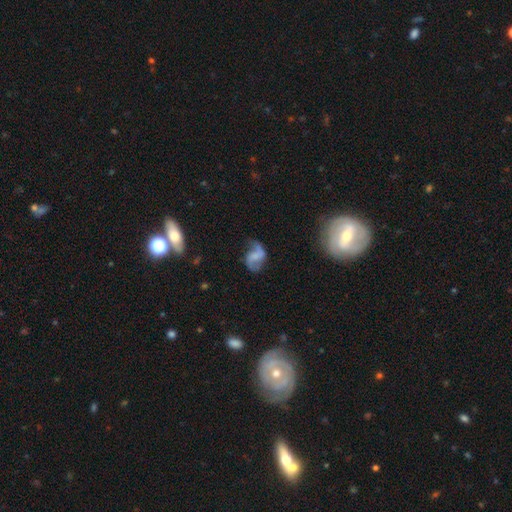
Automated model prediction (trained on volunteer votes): The model was most divided on "bar": weak: 44%, no: 32%, strong: 25%. More confident: edge-on disk — no (98%); spiral arms — yes (91%); spiral arm count — 2 (87%); smooth or featured — featured or disk (73%); spiral winding — loose (67%); merging — none (60%); bulge size — none (56%).